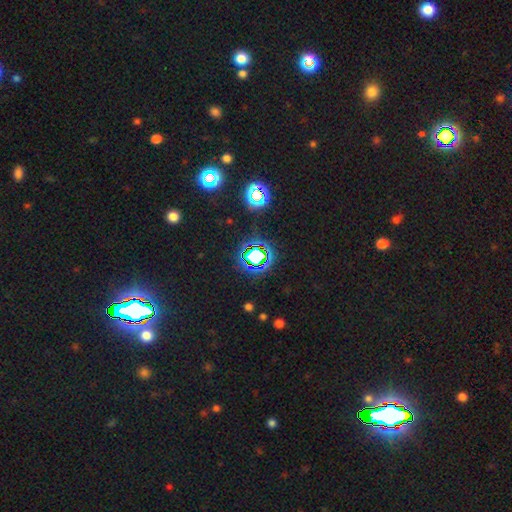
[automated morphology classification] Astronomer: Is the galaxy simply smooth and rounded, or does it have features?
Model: star or artifact — 70%.